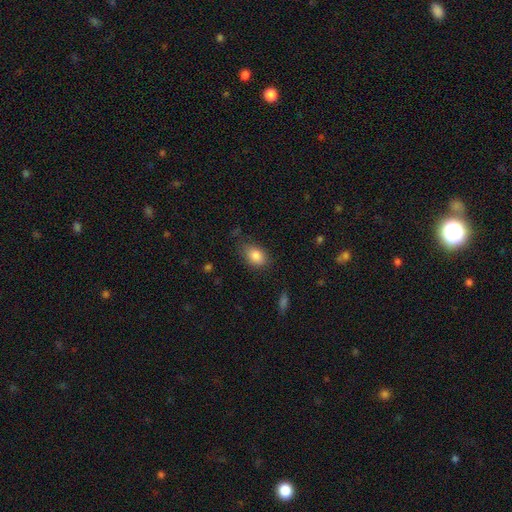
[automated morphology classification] Overall: smooth (85%). How rounded: in between (81%). Merging: none (73%).